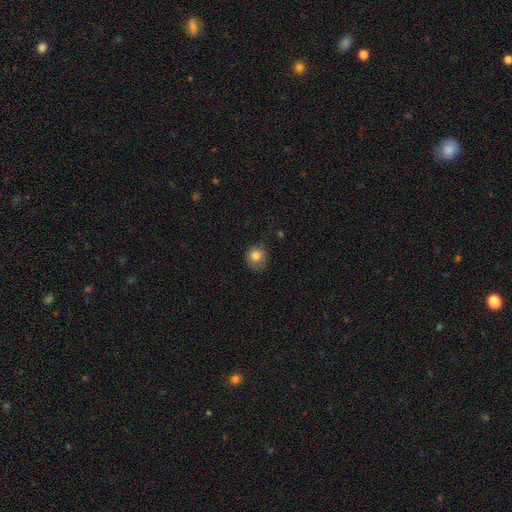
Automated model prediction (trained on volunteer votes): A smooth galaxy with no disk features (81%) that is round (82%).

Vote fractions:
- Smooth or featured? smooth: 81% / star or artifact: 10% / featured or disk: 9%
- How rounded? round: 82% / in between: 17% / cigar-shaped: 1%
- Merging? none: 68% / minor disturbance: 23% / major disturbance: 7% / merger: 2%